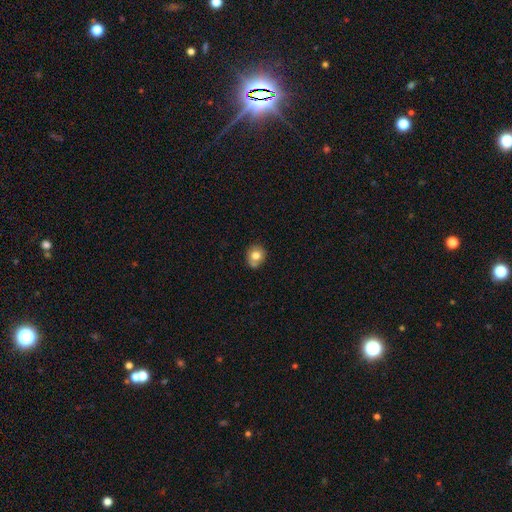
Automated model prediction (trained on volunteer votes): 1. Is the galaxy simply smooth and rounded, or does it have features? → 76% smooth, 14% featured or disk, 10% star or artifact.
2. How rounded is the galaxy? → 77% round, 22% in between, 1% cigar-shaped.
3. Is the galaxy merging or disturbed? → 65% none, 19% minor disturbance, 12% merger, 4% major disturbance.